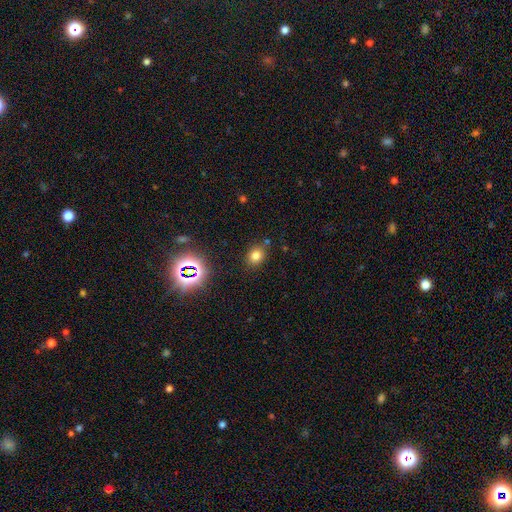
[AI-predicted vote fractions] A smooth galaxy with no disk features (75%) that is round (65%).

Vote fractions:
- Smooth or featured? smooth: 75% / star or artifact: 18% / featured or disk: 7%
- How rounded? round: 65% / in between: 34% / cigar-shaped: 1%
- Merging? none: 80% / minor disturbance: 11% / merger: 5% / major disturbance: 4%